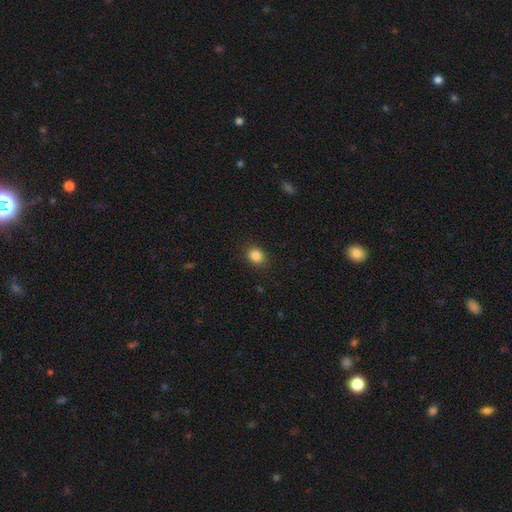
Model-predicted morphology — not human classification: smooth_or_featured: smooth (p=0.86) [alt: star or artifact p=0.10]
how_rounded: round (p=0.53) [alt: in between p=0.47]
merging: none (p=0.88) [alt: minor disturbance p=0.08]